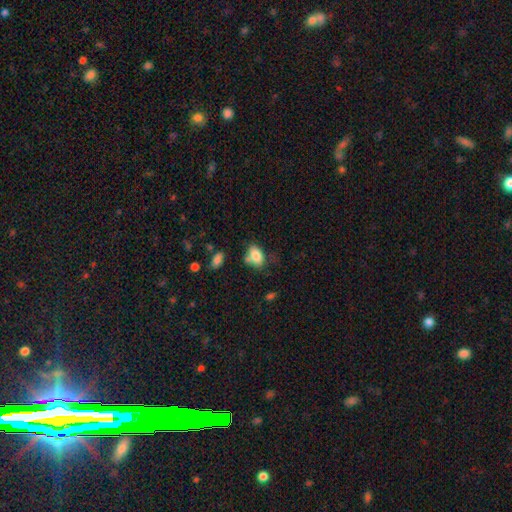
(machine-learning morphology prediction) A smooth galaxy with no disk features (81%) that is in between round and cigar-shaped (84%). Merging: none (49%).